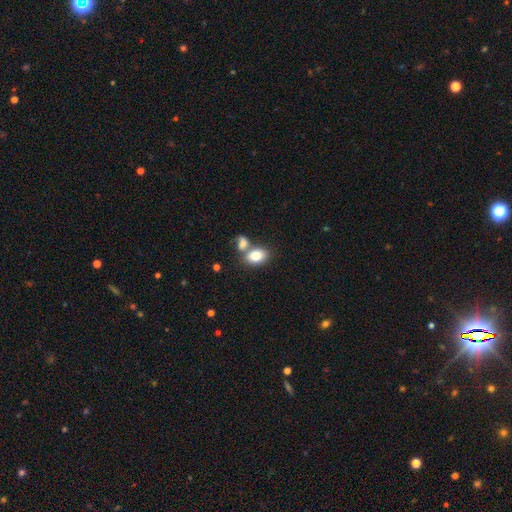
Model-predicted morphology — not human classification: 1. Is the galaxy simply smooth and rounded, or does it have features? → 80% smooth, 12% featured or disk, 8% star or artifact.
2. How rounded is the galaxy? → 81% in between, 18% round, 1% cigar-shaped.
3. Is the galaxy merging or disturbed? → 44% none, 42% merger, 10% minor disturbance, 4% major disturbance.